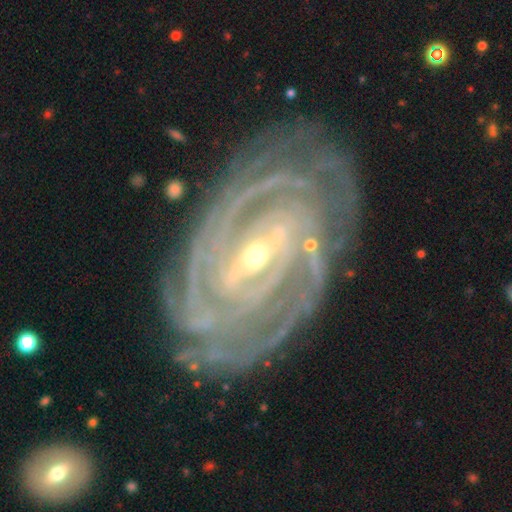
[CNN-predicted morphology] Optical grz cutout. It shows a featured or disk galaxy (90%) with a strong bar (55%), tight (83%) spiral arms (98%) and a small central bulge (63%). Merging: none (81%).